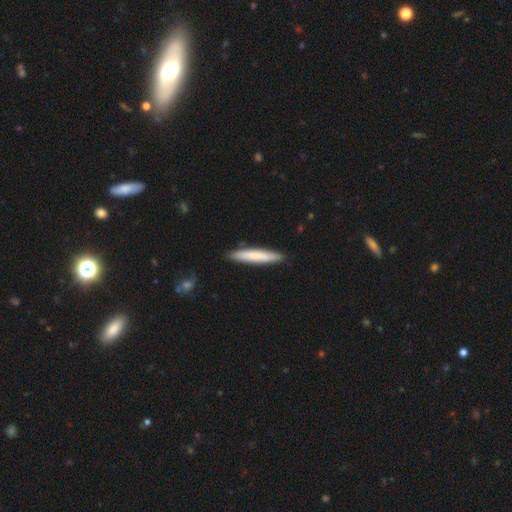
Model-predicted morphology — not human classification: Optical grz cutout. It shows a smooth galaxy with no disk features (75%) that is cigar-shaped (93%). Merging: none (89%).